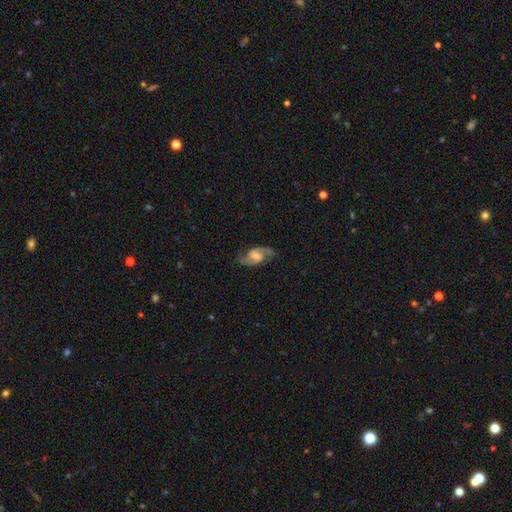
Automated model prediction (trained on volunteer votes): A featured or disk galaxy (84%) with a weak bar (50%), 2 (93%) medium (50%) spiral arms (96%) and a moderate central bulge (38%, tied with small).

Vote fractions:
- Smooth or featured? featured or disk: 84% / smooth: 10% / star or artifact: 6%
- Edge-on disk? no: 97% / yes: 3%
- Bar? weak: 50% / no: 37% / strong: 13%
- Spiral arms? yes: 96% / no: 4%
- Spiral winding? medium: 50% / loose: 37% / tight: 13%
- Spiral arm count? 2: 93% / can't tell: 3% / 1: 1% / 3: 1% / 4: 1% / more than 4: 1%
- Bulge size? moderate: 38% (tied) / small: 38% (tied) / none: 15% / large: 8% / dominant: 1%
- Merging? none: 80% / minor disturbance: 13% / major disturbance: 6% / merger: 1%